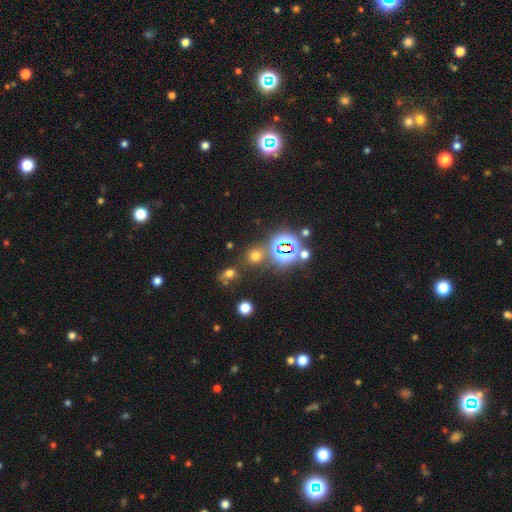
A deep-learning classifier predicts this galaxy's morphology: Q: Smooth or featured?
A: smooth (55%); runner-up: star or artifact (38%)
Q: How rounded?
A: round (80%); runner-up: in between (19%)
Q: Merging?
A: none (76%); runner-up: merger (10%)